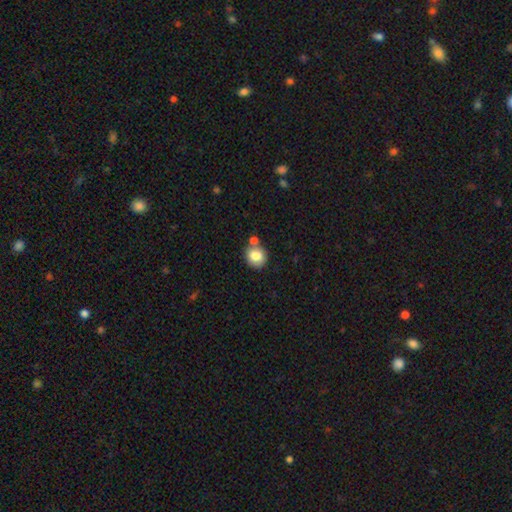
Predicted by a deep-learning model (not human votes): This is clearly a smooth galaxy (82%). How rounded: clearly round (82%). Merging: likely none (67%).